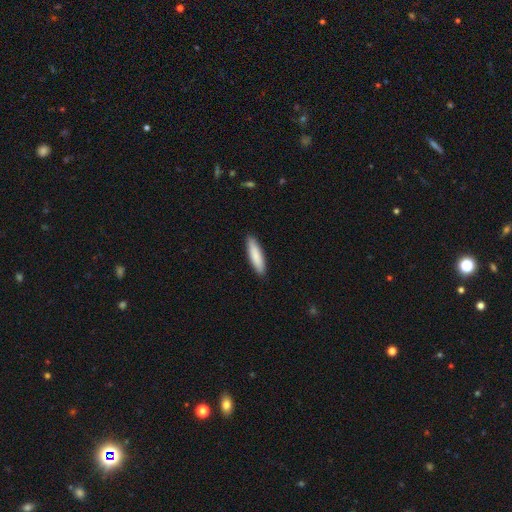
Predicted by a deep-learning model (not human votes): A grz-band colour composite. It shows a smooth galaxy with no disk features (85%) that is cigar-shaped (75%). Merging: none (90%).